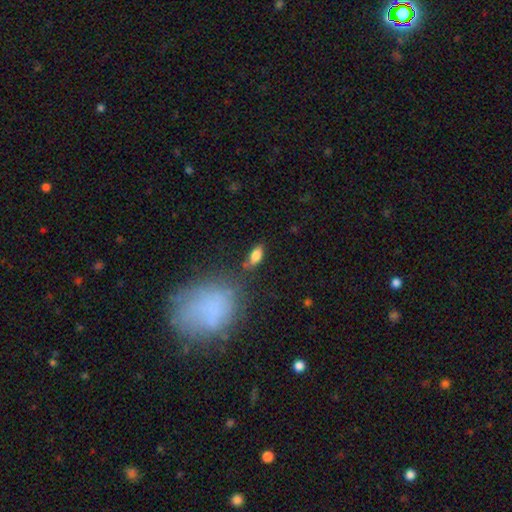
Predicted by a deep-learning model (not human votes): The model was most divided on "merging": none: 72%, minor disturbance: 17%, merger: 6%, major disturbance: 5%. More confident: how rounded — in between (87%); smooth or featured — smooth (81%).